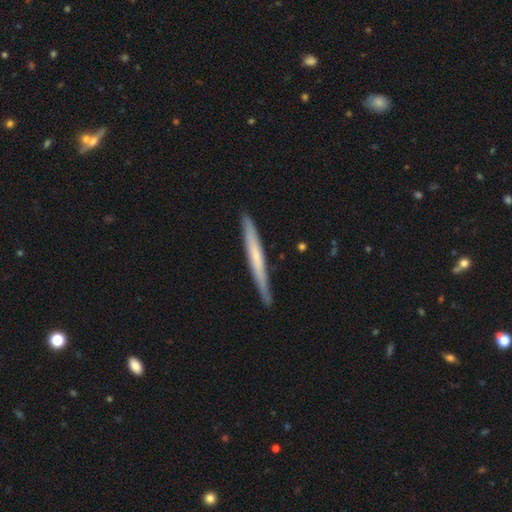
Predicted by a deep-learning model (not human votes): Smooth or featured? Predicted: featured or disk (p=0.48). Merging? Predicted: none (p=0.86).